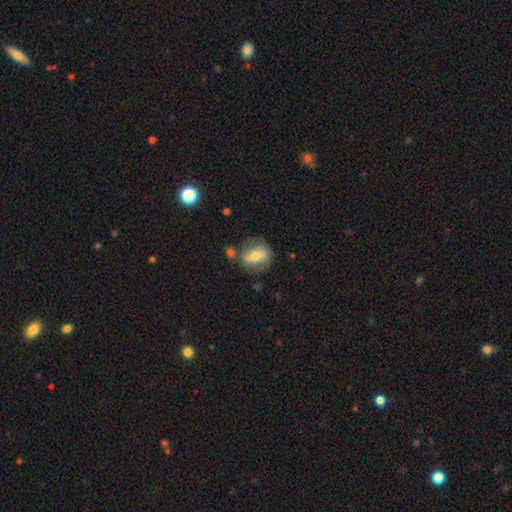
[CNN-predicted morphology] smooth_or_featured: smooth (p=0.53) [alt: featured or disk p=0.38]
how_rounded: in between (p=0.49) [alt: round p=0.46]
merging: none (p=0.63) [alt: minor disturbance p=0.18]